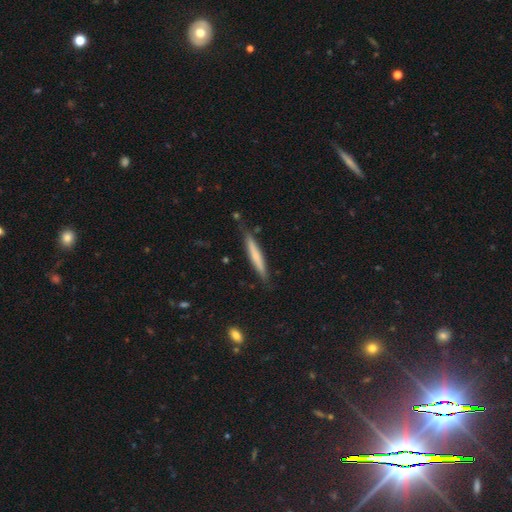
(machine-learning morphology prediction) This appears to be a smooth galaxy with no disk features (63%) that is cigar-shaped (95%). Merging: none (83%).